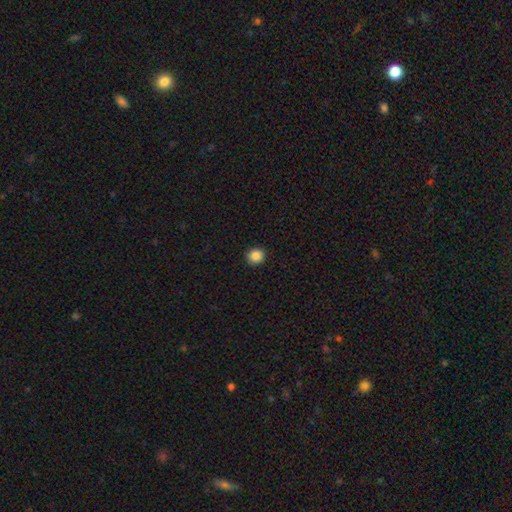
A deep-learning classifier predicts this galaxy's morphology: Q: Smooth or featured?
A: smooth (87%); runner-up: star or artifact (10%)
Q: How rounded?
A: round (88%); runner-up: in between (11%)
Q: Merging?
A: none (92%); runner-up: minor disturbance (6%)